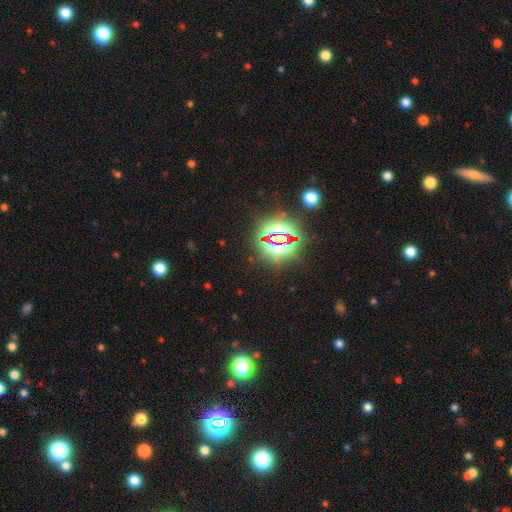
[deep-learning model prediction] smooth-or-featured: star or artifact: 82% | smooth: 11% | featured or disk: 7%